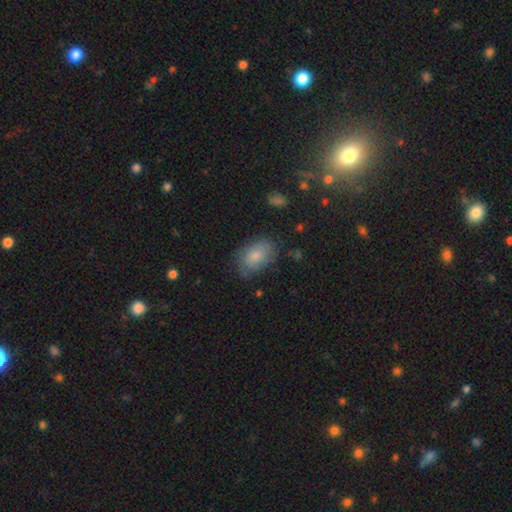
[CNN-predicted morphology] Q: Smooth or featured?
A: smooth (81%); runner-up: featured or disk (11%)
Q: How rounded?
A: in between (89%); runner-up: round (10%)
Q: Merging?
A: none (73%); runner-up: minor disturbance (20%)